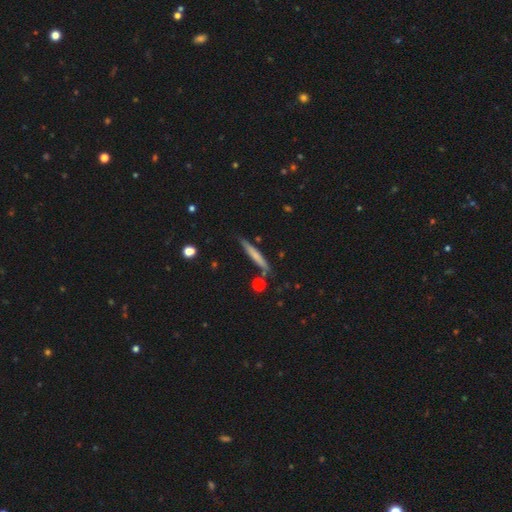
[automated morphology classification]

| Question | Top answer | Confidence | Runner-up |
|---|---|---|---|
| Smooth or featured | smooth | 60% | featured or disk (33%) |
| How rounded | cigar-shaped | 94% | in between (4%) |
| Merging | none | 81% | minor disturbance (13%) |